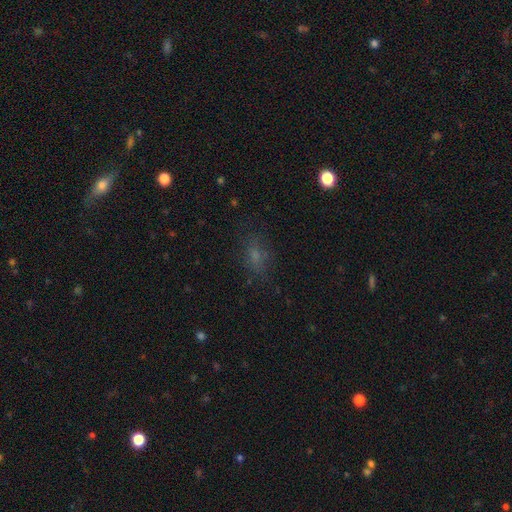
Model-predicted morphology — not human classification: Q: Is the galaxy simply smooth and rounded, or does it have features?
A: smooth — 62%.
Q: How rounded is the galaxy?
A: in between — 72%.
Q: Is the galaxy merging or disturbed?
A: none — 71%.